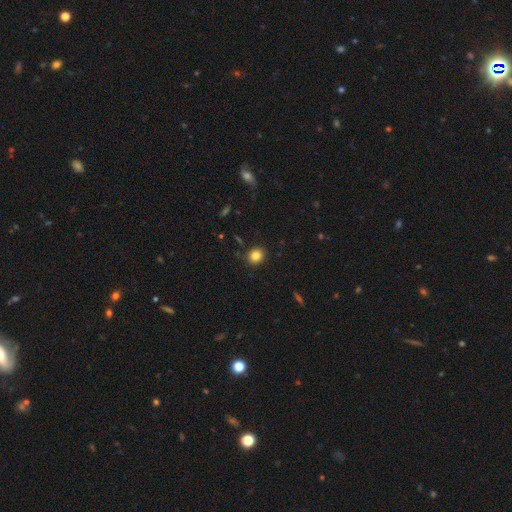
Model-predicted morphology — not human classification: smooth_or_featured: smooth (p=0.83) [alt: star or artifact p=0.11]
how_rounded: round (p=0.82) [alt: in between p=0.17]
merging: none (p=0.89) [alt: minor disturbance p=0.07]